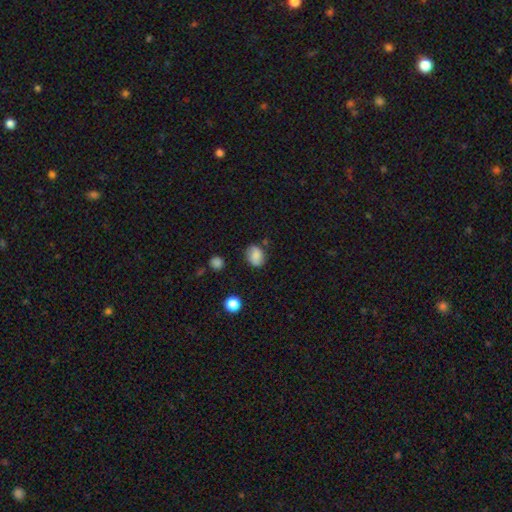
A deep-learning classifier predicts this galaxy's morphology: Smooth or featured?
  - smooth: 78% *
  - featured or disk: 12%
  - star or artifact: 10%
How rounded?
  - in between: 55% *
  - round: 44%
  - cigar-shaped: 1%
Merging?
  - none: 74% *
  - minor disturbance: 18%
  - major disturbance: 5%
  - merger: 3%